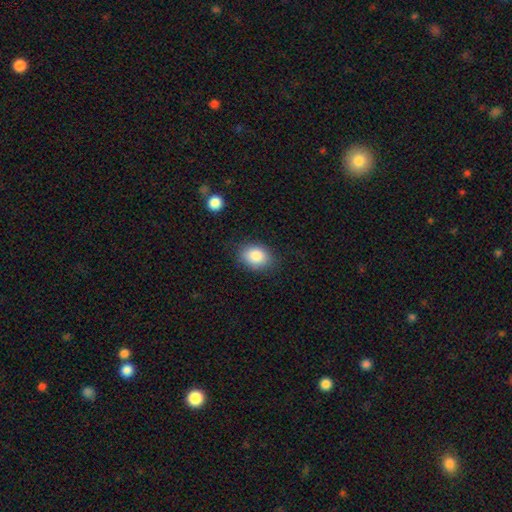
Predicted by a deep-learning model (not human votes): Morphology: type=smooth (86%); roundness=in between (70%); merging=none (82%).